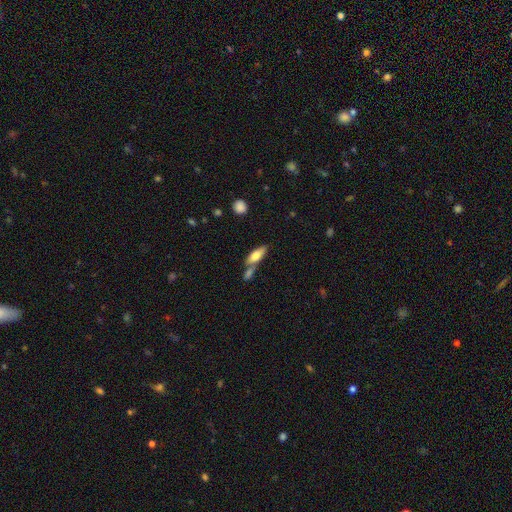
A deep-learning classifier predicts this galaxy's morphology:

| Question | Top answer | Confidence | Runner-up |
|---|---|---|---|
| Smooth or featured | smooth | 67% | featured or disk (26%) |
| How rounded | in between | 63% | cigar-shaped (35%) |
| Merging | none | 48% | merger (34%) |